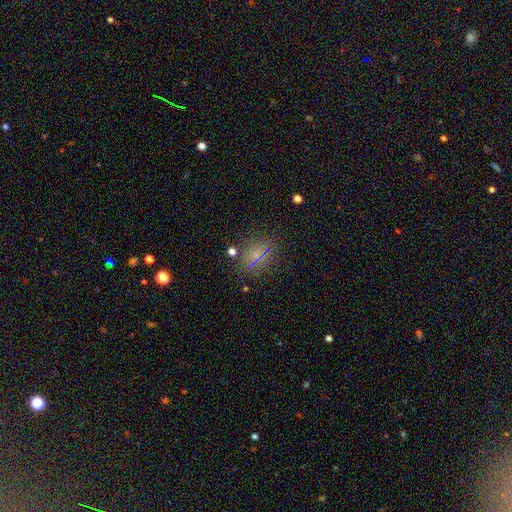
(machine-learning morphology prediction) Smooth or featured? smooth (56%)
How rounded? round (52%)
Merging? none (75%)